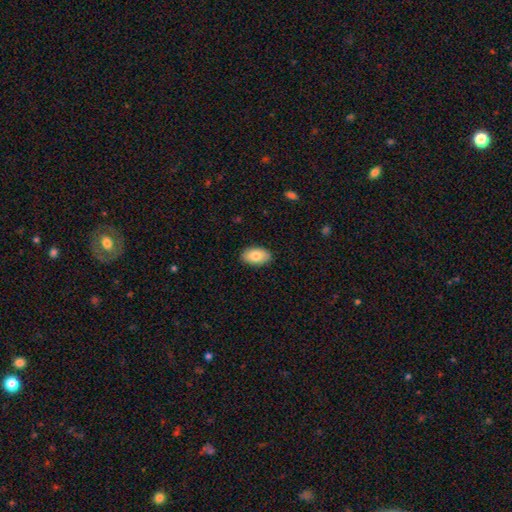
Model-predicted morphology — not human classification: smooth-or-featured: smooth: 82% | featured or disk: 11% | star or artifact: 6%
  how-rounded: in between: 93% | round: 5% | cigar-shaped: 1%
  merging: none: 88% | minor disturbance: 9% | major disturbance: 2% | merger: 1%